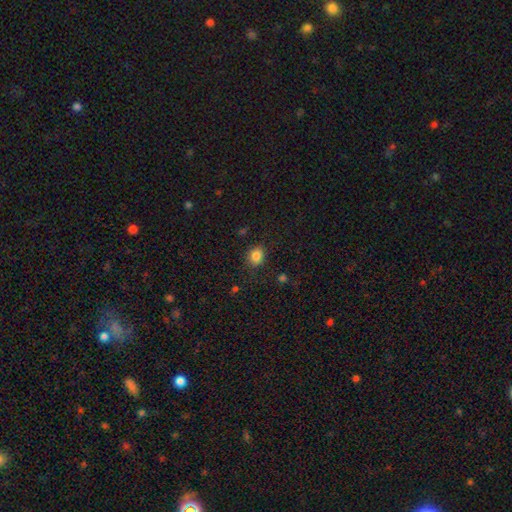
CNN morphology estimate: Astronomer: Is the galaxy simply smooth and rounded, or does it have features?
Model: smooth — 83%.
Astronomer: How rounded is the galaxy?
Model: round — 70%.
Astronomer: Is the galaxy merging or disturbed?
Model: none — 84%.